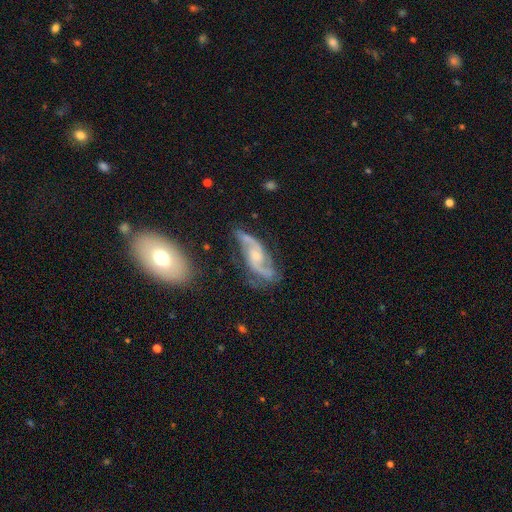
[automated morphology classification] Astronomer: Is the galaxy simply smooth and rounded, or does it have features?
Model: featured or disk — 87%.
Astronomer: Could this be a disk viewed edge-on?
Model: no — 95%.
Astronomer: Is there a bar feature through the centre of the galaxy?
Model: no — 53% (runner-up: weak, 38%).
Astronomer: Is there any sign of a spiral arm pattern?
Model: yes — 96%.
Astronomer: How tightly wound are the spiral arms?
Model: loose — 50% (runner-up: medium, 39%).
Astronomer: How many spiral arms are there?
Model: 2 — 90%.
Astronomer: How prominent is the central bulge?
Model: small — 53% (runner-up: moderate, 37%).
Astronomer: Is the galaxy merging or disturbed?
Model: none — 65%.